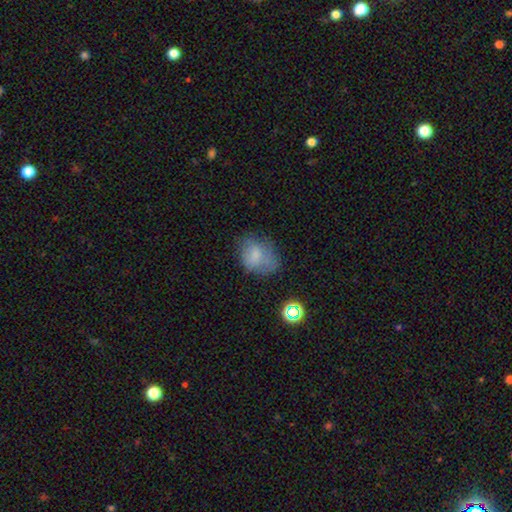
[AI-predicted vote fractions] The model was most divided on "how rounded": in between: 62%, round: 37%, cigar-shaped: 1%. More confident: smooth or featured — smooth (71%); merging — none (54%).